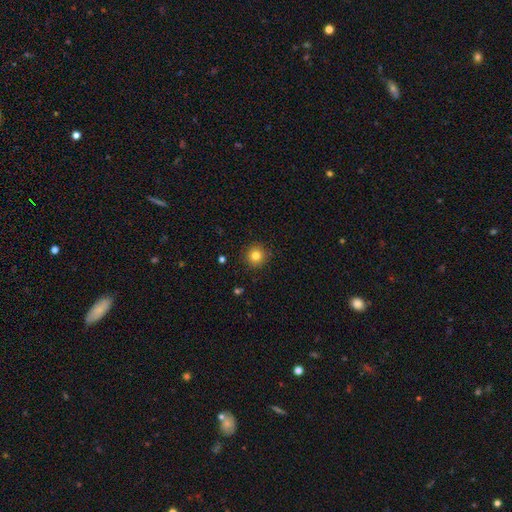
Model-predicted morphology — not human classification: Smooth or featured?
  - smooth: 81% *
  - star or artifact: 12%
  - featured or disk: 7%
How rounded?
  - round: 94% *
  - in between: 5%
  - cigar-shaped: 1%
Merging?
  - none: 91% *
  - minor disturbance: 6%
  - major disturbance: 2%
  - merger: 1%